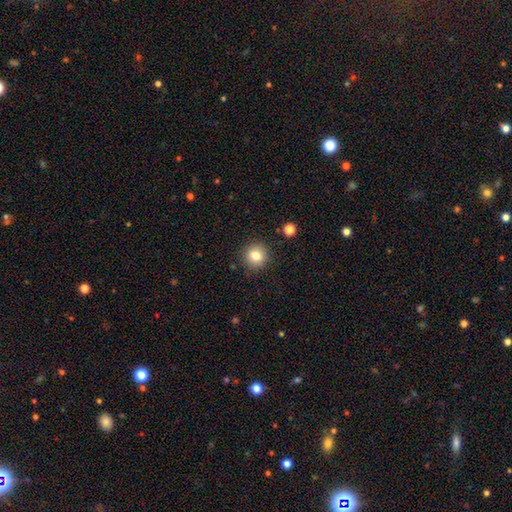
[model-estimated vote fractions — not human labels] Overall: smooth (82%). How rounded: round (92%). Merging: none (90%).